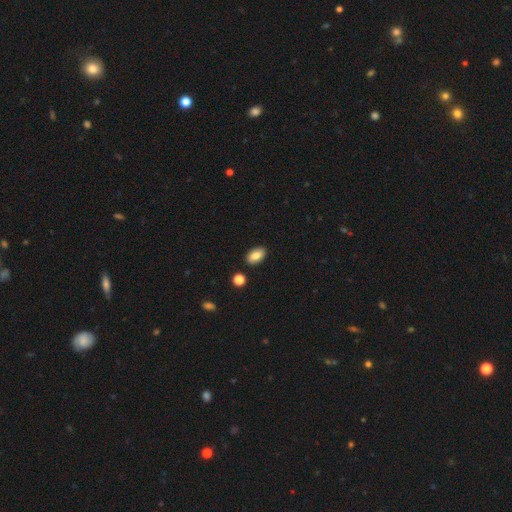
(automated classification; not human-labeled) Smooth or featured? smooth (84%)
How rounded? in between (91%)
Merging? none (88%)